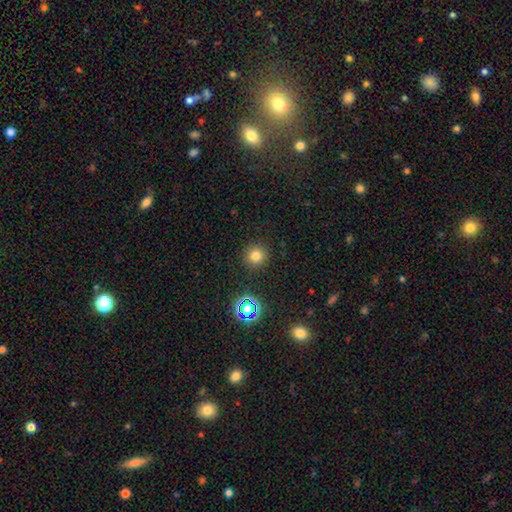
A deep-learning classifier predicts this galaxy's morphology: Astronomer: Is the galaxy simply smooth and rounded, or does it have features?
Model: smooth — 75%.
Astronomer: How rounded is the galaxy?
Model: round — 95%.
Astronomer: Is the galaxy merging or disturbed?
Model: none — 90%.